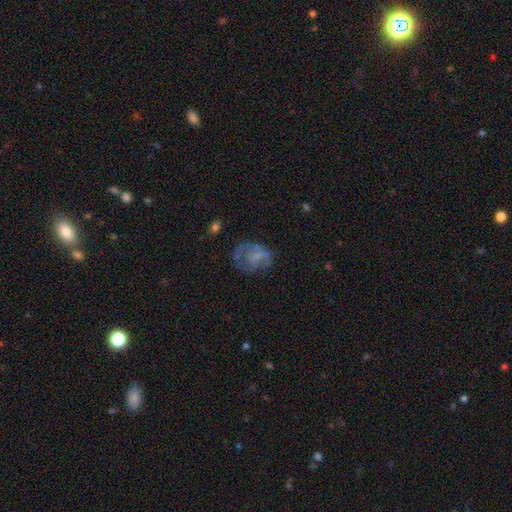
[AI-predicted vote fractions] smooth-or-featured: featured or disk: 51% | smooth: 38% | star or artifact: 11%
  disk-edge-on: no: 97% | yes: 3%
  merging: none: 49% | major disturbance: 26% | minor disturbance: 23% | merger: 3%